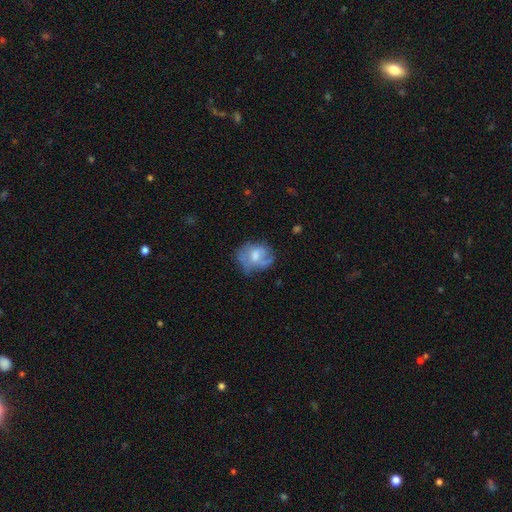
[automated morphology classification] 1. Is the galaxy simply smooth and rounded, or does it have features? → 52% smooth, 39% featured or disk, 9% star or artifact.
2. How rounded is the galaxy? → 51% round, 48% in between, 1% cigar-shaped.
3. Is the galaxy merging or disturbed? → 45% none, 30% minor disturbance, 22% major disturbance, 4% merger.